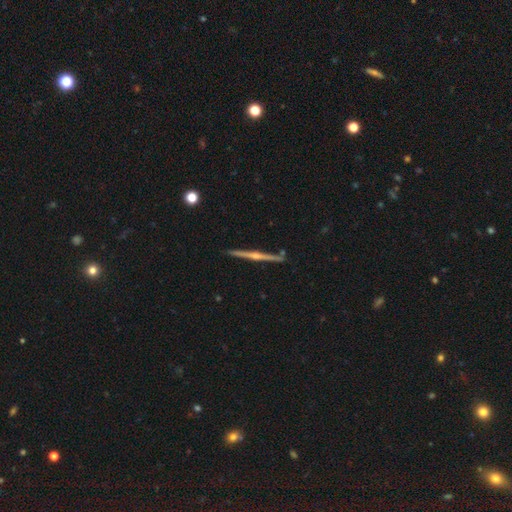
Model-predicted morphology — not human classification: Q: Smooth or featured?
A: featured or disk (81%); runner-up: smooth (13%)
Q: Edge-on disk?
A: yes (99%); runner-up: no (1%)
Q: Edge-on bulge?
A: rounded (81%); runner-up: none (13%)
Q: Merging?
A: none (91%); runner-up: minor disturbance (6%)